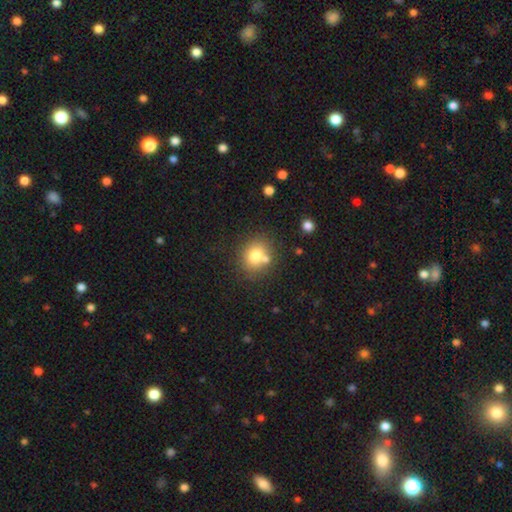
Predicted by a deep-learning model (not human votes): The model was most divided on "how rounded": round: 70%, in between: 29%, cigar-shaped: 1%. More confident: smooth or featured — smooth (75%); merging — none (64%).